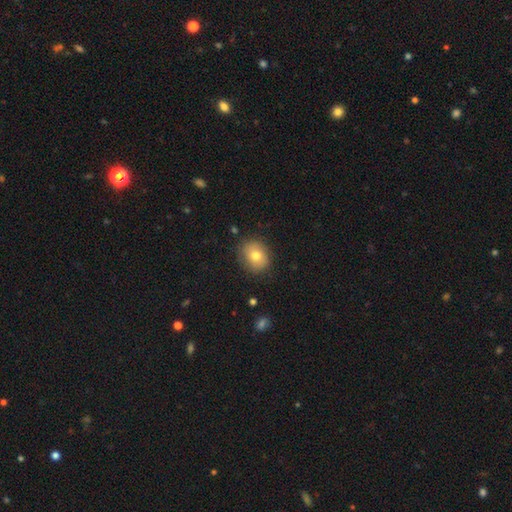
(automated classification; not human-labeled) Q: Smooth or featured?
A: smooth (75%); runner-up: featured or disk (15%)
Q: How rounded?
A: round (64%); runner-up: in between (35%)
Q: Merging?
A: none (83%); runner-up: minor disturbance (13%)